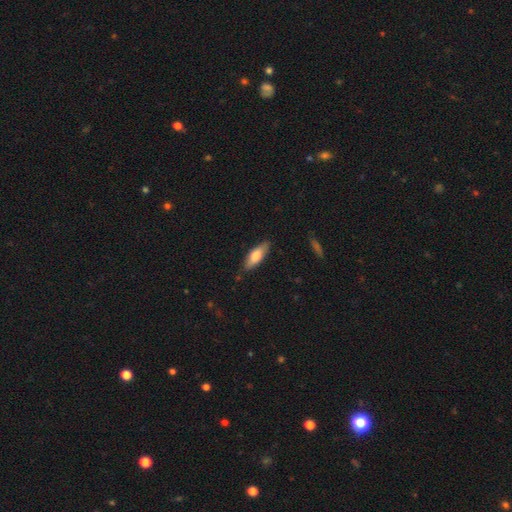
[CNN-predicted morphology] Smooth or featured?
  - smooth: 73% *
  - featured or disk: 21%
  - star or artifact: 6%
How rounded?
  - in between: 59% *
  - cigar-shaped: 39%
  - round: 2%
Merging?
  - none: 84% *
  - minor disturbance: 12%
  - major disturbance: 2%
  - merger: 1%